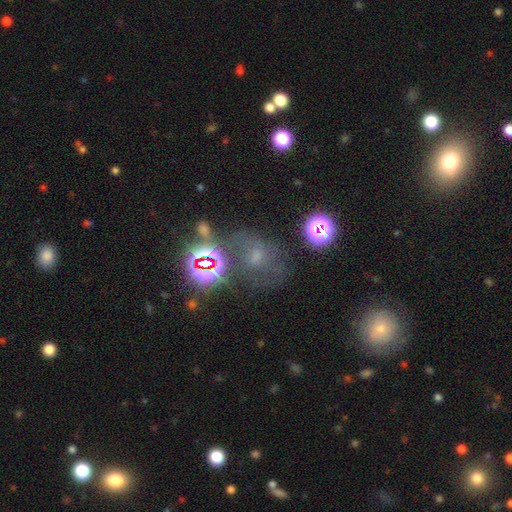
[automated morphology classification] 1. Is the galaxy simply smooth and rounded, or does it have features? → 40% smooth, 33% star or artifact, 27% featured or disk.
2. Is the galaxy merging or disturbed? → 49% none, 21% minor disturbance, 21% major disturbance, 9% merger.